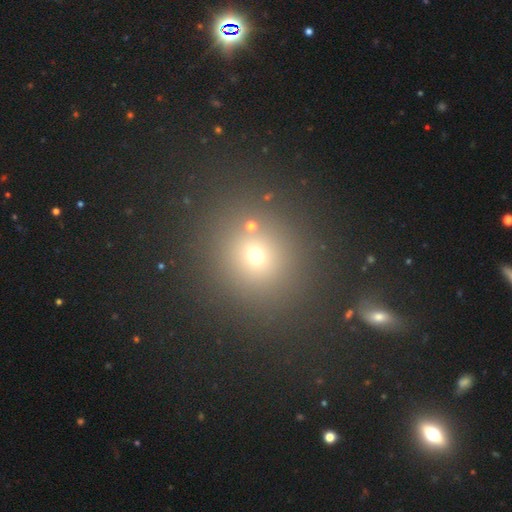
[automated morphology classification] type=smooth (61%); roundness=round (84%); merging=none (83%).